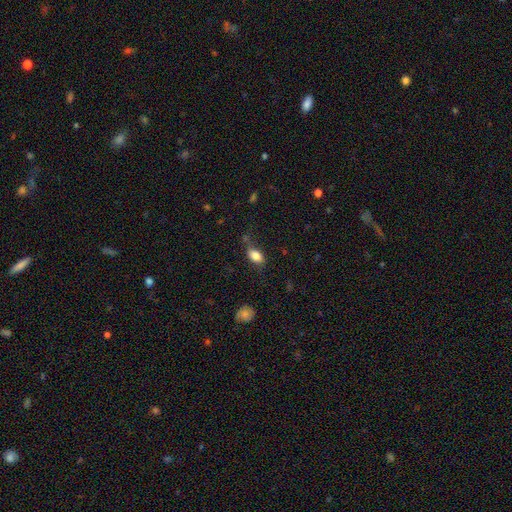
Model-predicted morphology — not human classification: Smooth or featured: smooth — 83% (featured or disk — 9%)
How rounded: in between — 88% (round — 8%)
Merging: none — 67% (minor disturbance — 21%)